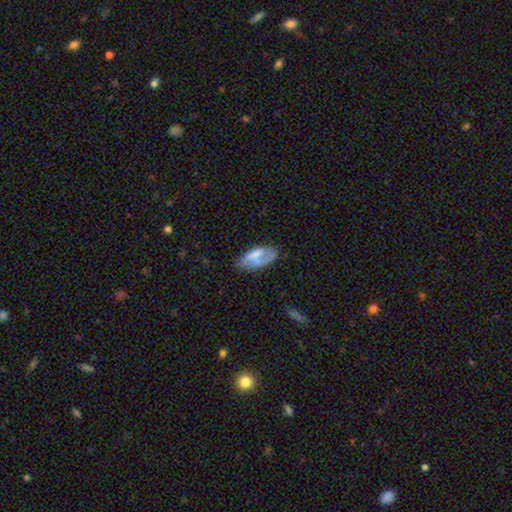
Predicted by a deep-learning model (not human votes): A smooth galaxy with no disk features (55%) that is in between round and cigar-shaped (88%).

Vote fractions:
- Smooth or featured? smooth: 55% / featured or disk: 37% / star or artifact: 7%
- How rounded? in between: 88% / cigar-shaped: 9% / round: 3%
- Merging? none: 49% / minor disturbance: 29% / major disturbance: 16% / merger: 6%